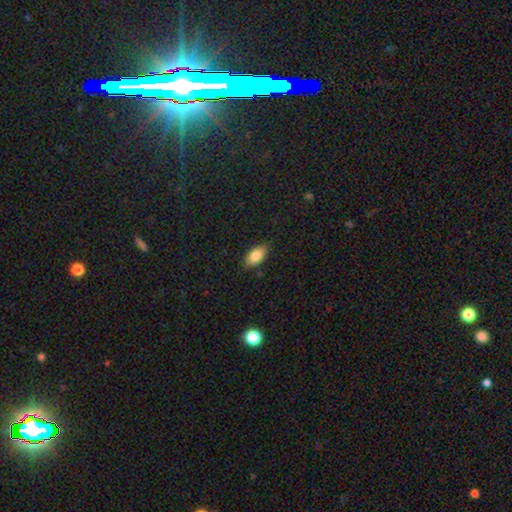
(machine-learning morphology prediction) A smooth galaxy with no disk features (81%) that is in between round and cigar-shaped (91%).

Vote fractions:
- Smooth or featured? smooth: 81% / featured or disk: 11% / star or artifact: 8%
- How rounded? in between: 91% / cigar-shaped: 6% / round: 4%
- Merging? none: 84% / minor disturbance: 13% / major disturbance: 2% / merger: 1%